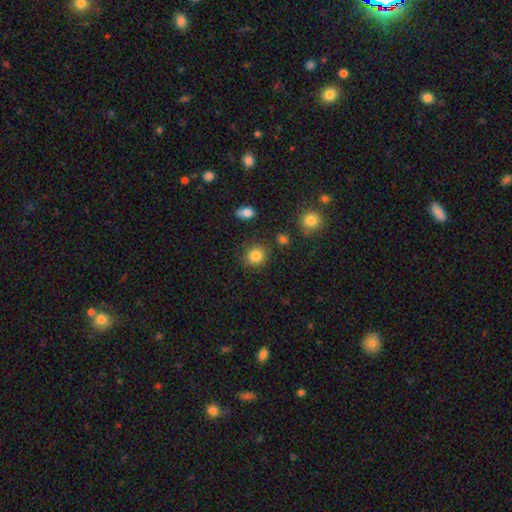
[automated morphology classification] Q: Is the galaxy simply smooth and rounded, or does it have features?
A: smooth — 85%.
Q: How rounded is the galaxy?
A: round — 85%.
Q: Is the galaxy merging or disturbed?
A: none — 85%.